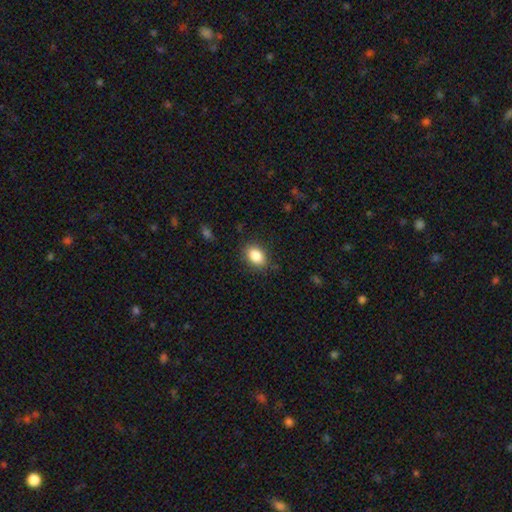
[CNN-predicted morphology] Smooth or featured?
  - smooth: 86% *
  - star or artifact: 9%
  - featured or disk: 5%
How rounded?
  - in between: 78% *
  - round: 21%
  - cigar-shaped: 1%
Merging?
  - none: 84% *
  - minor disturbance: 12%
  - major disturbance: 3%
  - merger: 1%